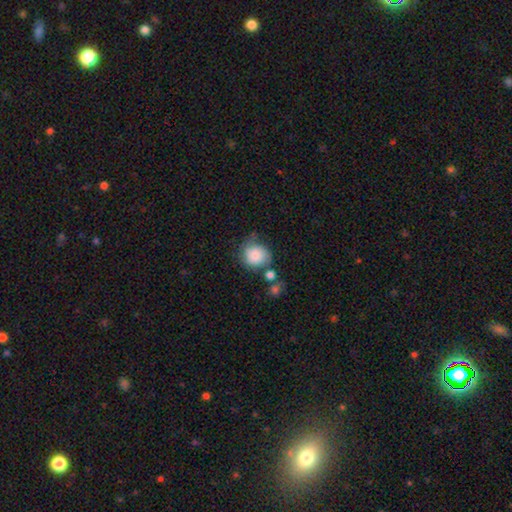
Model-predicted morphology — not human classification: This is clearly a smooth galaxy (81%). How rounded: likely round (74%). Merging: possibly none (47%).